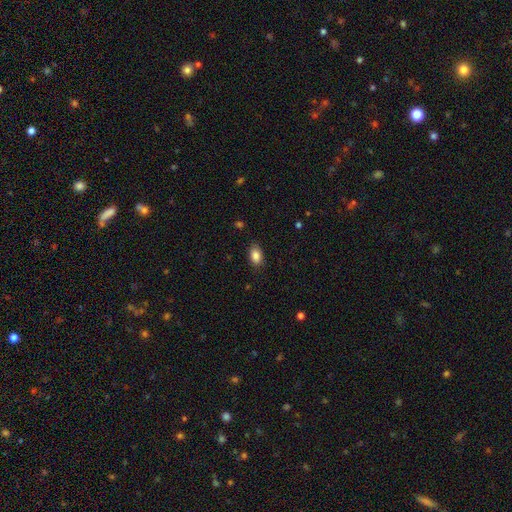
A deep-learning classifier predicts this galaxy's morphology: smooth-or-featured: smooth: 86% | star or artifact: 8% | featured or disk: 6%
  how-rounded: in between: 89% | round: 10% | cigar-shaped: 2%
  merging: none: 85% | minor disturbance: 11% | major disturbance: 2% | merger: 1%